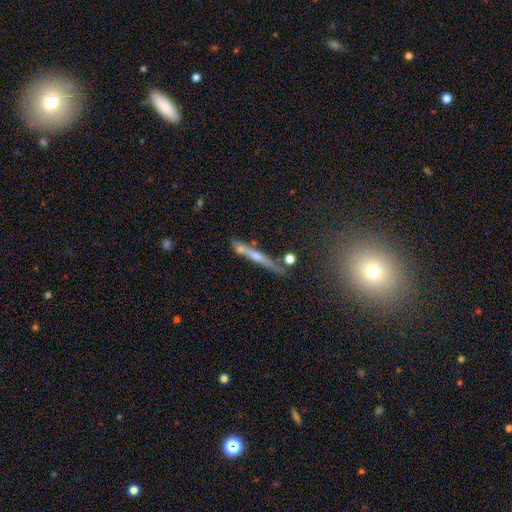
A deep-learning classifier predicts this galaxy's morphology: Smooth or featured? Predicted: featured or disk (p=0.59). Edge-on disk? Predicted: yes (p=0.94). Edge-on bulge? Predicted: rounded (p=0.59). Merging? Predicted: none (p=0.72).